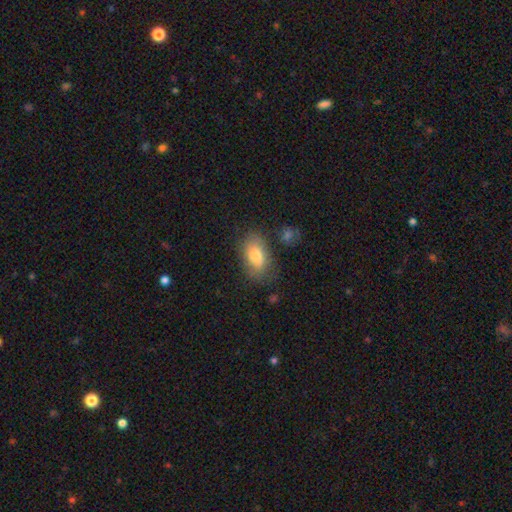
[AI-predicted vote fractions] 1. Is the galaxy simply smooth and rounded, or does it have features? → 78% smooth, 14% featured or disk, 8% star or artifact.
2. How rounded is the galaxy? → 91% in between, 6% round, 3% cigar-shaped.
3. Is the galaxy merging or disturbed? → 74% none, 18% minor disturbance, 5% major disturbance, 3% merger.